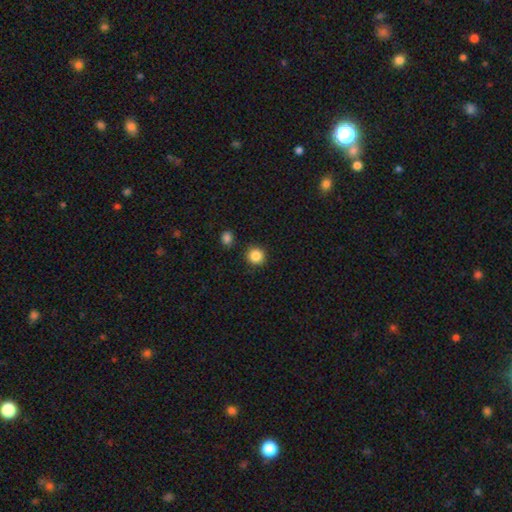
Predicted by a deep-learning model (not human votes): This is clearly a smooth galaxy (86%). How rounded: clearly round (95%). Merging: clearly none (90%).